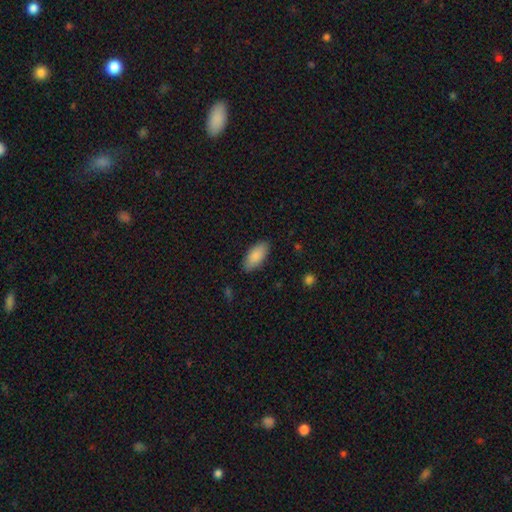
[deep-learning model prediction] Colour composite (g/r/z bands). It shows a smooth galaxy with no disk features (88%) that is in between round and cigar-shaped (90%). Merging: none (86%).